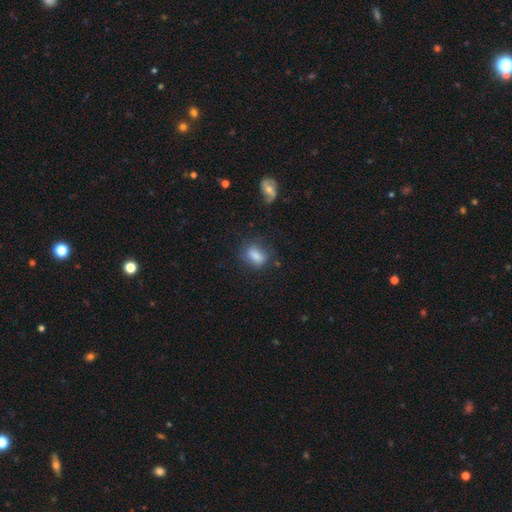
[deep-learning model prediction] Smooth or featured?
  - smooth: 79% *
  - featured or disk: 12%
  - star or artifact: 9%
How rounded?
  - in between: 79% *
  - round: 15%
  - cigar-shaped: 6%
Merging?
  - none: 63% *
  - minor disturbance: 23%
  - major disturbance: 10%
  - merger: 4%